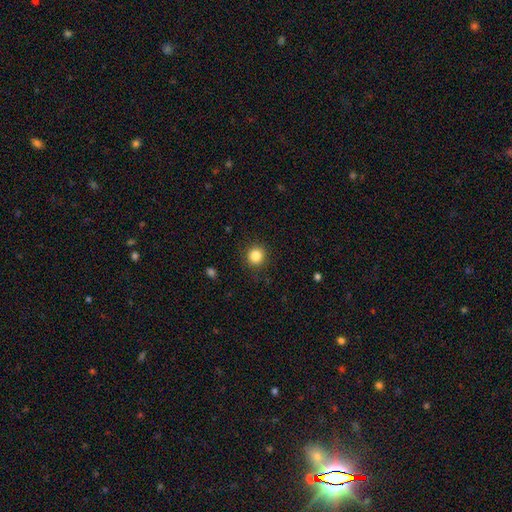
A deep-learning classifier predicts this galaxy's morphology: This is clearly a smooth galaxy (85%). How rounded: clearly round (92%). Merging: clearly none (90%).